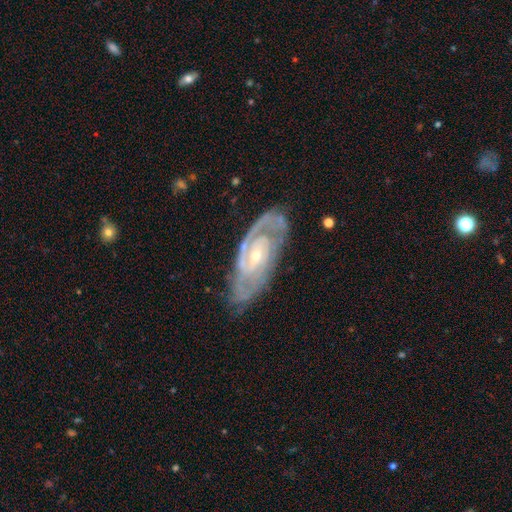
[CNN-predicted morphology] type=featured or disk (90%); edge-on=no (94%); bar=no (51%); spiral arms=yes (97%); winding=tight (59%); arm count=2 (65%); bulge=small (66%); merging=none (73%).